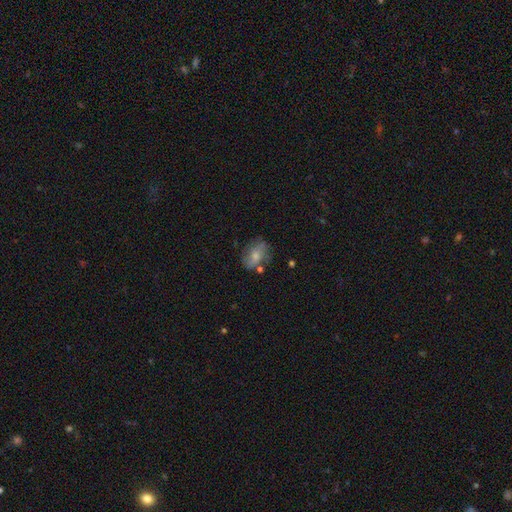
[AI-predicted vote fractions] This appears to be a smooth galaxy with no disk features (54%) that is in between round and cigar-shaped (70%). Merging: none (59%).